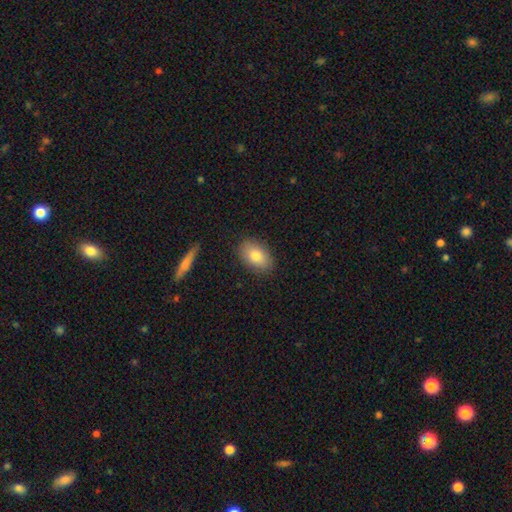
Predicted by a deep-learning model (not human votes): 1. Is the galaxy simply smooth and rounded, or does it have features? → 81% smooth, 12% featured or disk, 7% star or artifact.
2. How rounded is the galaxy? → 88% in between, 10% round, 2% cigar-shaped.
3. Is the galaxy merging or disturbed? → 86% none, 10% minor disturbance, 2% major disturbance, 2% merger.